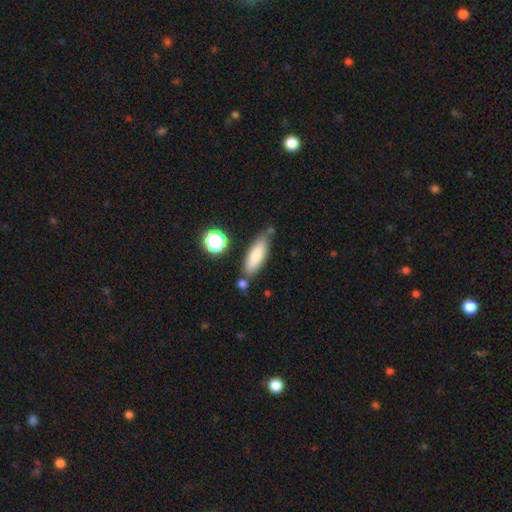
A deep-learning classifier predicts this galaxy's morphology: This is likely a smooth galaxy (79%). How rounded: possibly in between (57%). Merging: likely none (67%).